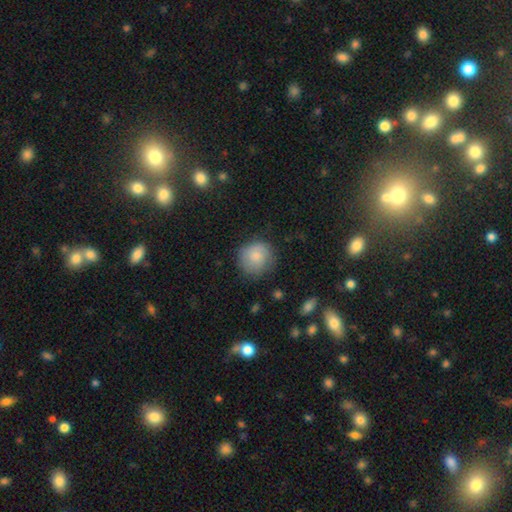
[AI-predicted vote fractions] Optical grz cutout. It shows a smooth galaxy with no disk features (80%) that is round (91%). Merging: none (75%).